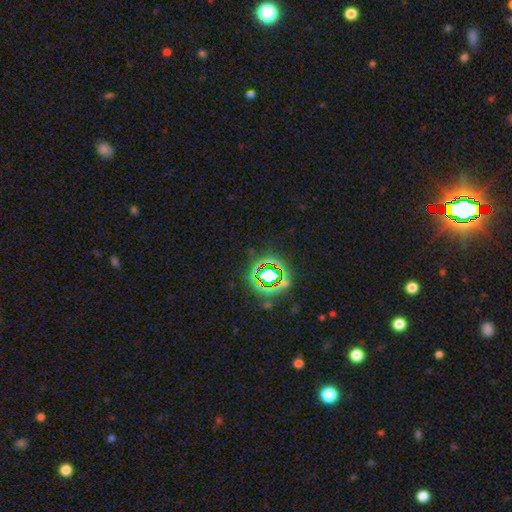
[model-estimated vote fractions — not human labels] smooth_or_featured: star or artifact (p=0.72) [alt: smooth p=0.17]